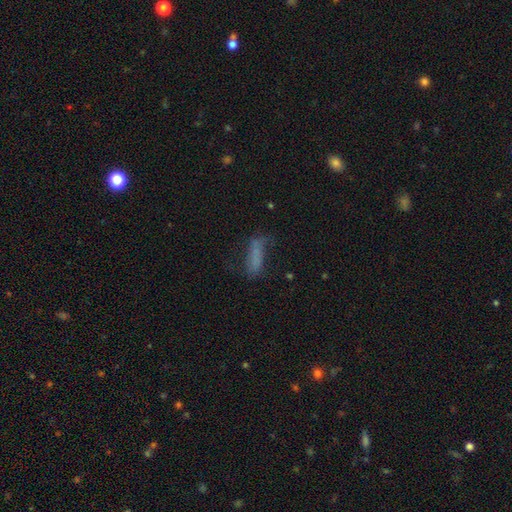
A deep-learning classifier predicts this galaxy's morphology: smooth-or-featured: smooth: 60% | featured or disk: 26% | star or artifact: 14%
  how-rounded: cigar-shaped: 54% | in between: 43% | round: 3%
  merging: none: 49% | minor disturbance: 26% | major disturbance: 22% | merger: 3%